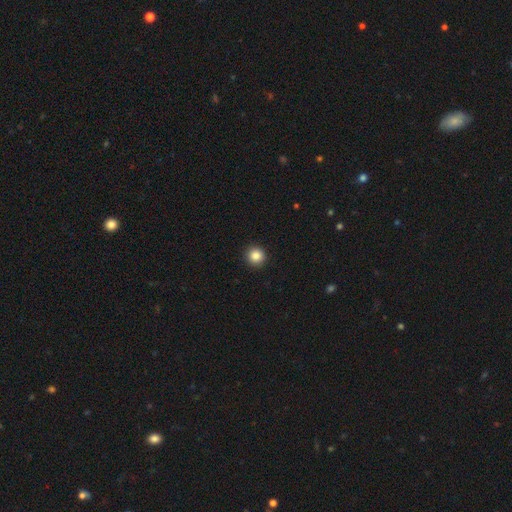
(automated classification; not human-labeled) Smooth or featured: smooth — 86% (star or artifact — 10%)
How rounded: round — 94% (in between — 5%)
Merging: none — 93% (minor disturbance — 4%)